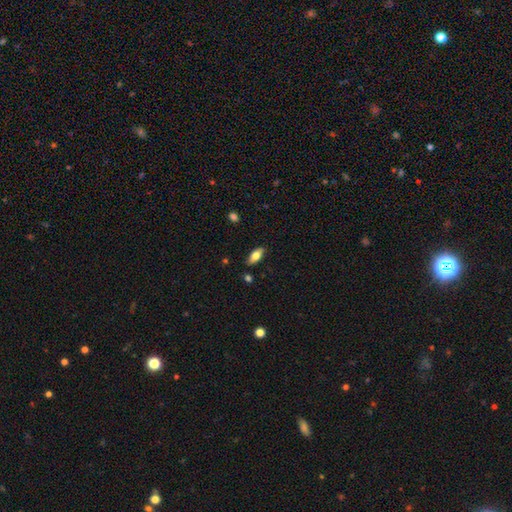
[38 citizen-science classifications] Volunteers were most divided on "smooth or featured": smooth: 79%, featured or disk: 21%, star or artifact: 0%. More confident: merging — none (89%); how rounded — in between (80%).